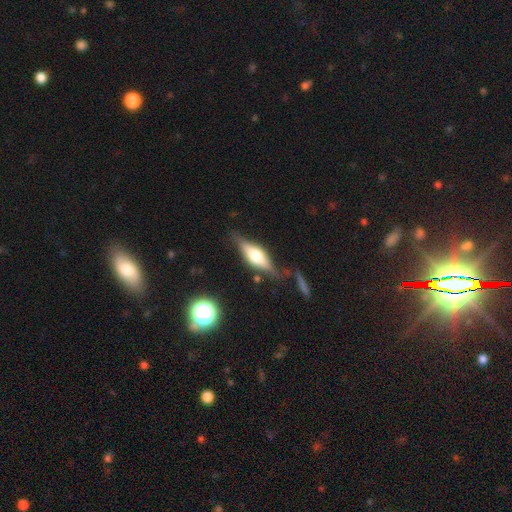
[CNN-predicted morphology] A featured or disk galaxy (61%) viewed edge-on (93%) with a rounded central bulge (86%). Merging: none (72%).